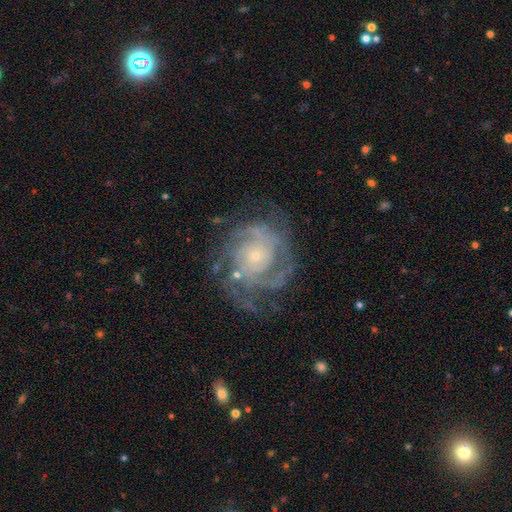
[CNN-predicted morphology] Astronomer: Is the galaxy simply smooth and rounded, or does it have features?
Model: featured or disk — 88%.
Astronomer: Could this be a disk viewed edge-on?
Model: no — 98%.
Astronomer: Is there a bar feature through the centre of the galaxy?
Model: no — 78%.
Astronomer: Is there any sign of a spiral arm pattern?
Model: yes — 96%.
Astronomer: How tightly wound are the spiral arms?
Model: tight — 65%.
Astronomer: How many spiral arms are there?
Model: can't tell — 24% (runner-up: 3, 23%).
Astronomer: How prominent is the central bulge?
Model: small — 79%.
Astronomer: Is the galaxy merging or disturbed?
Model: none — 70%.